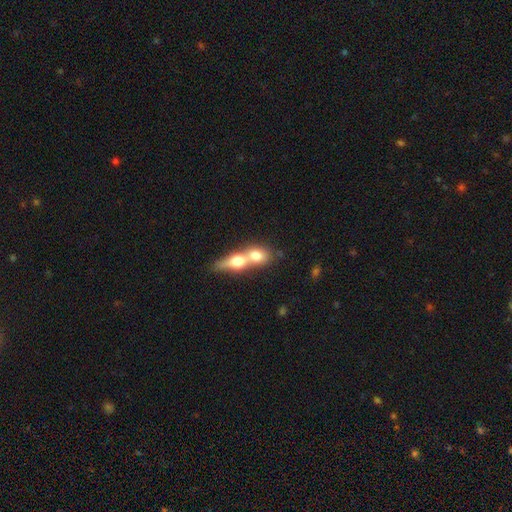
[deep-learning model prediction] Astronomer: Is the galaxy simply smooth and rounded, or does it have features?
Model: smooth — 65%.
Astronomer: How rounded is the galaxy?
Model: in between — 55% (runner-up: round, 31%).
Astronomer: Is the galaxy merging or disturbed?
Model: merger — 79%.